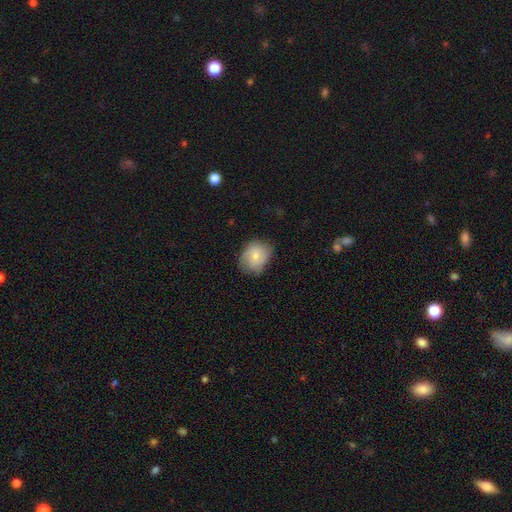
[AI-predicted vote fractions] A smooth galaxy with no disk features (70%) that is round (53%).

Vote fractions:
- Smooth or featured? smooth: 70% / featured or disk: 23% / star or artifact: 7%
- How rounded? round: 53% / in between: 46% / cigar-shaped: 1%
- Merging? none: 69% / minor disturbance: 24% / major disturbance: 6% / merger: 1%